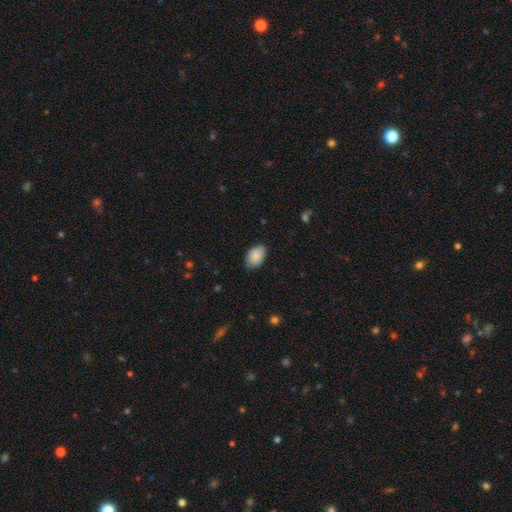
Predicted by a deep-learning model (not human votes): A smooth galaxy with no disk features (89%) that is in between round and cigar-shaped (89%).

Vote fractions:
- Smooth or featured? smooth: 89% / star or artifact: 7% / featured or disk: 5%
- How rounded? in between: 89% / round: 10% / cigar-shaped: 1%
- Merging? none: 80% / minor disturbance: 16% / major disturbance: 3% / merger: 1%